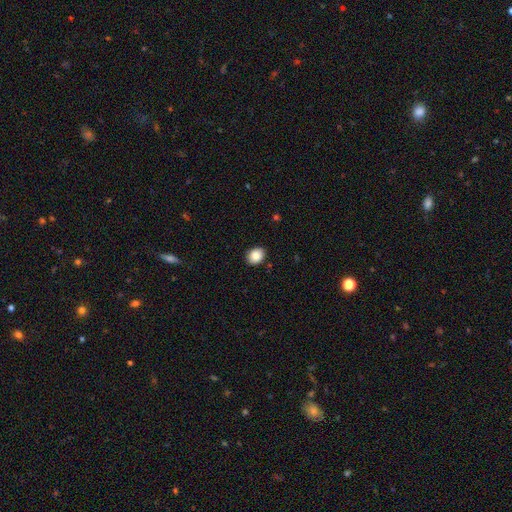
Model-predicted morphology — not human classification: This appears to be a smooth galaxy with no disk features (86%) that is in between round and cigar-shaped (51%). Merging: none (89%).